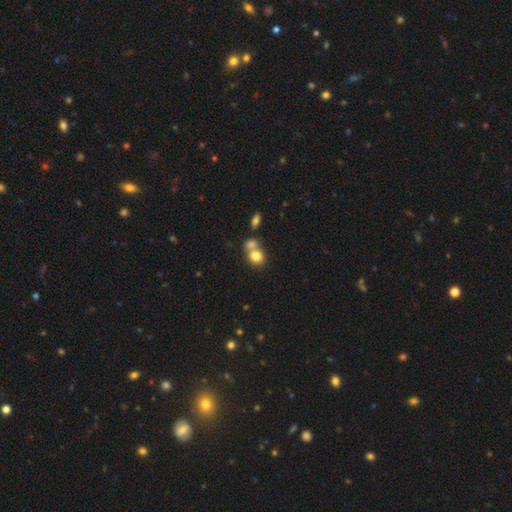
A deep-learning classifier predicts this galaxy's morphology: smooth 80%, featured or disk 11%, star or artifact 10%. Down the decision tree: how rounded — round (68%); merging — merger (52%).